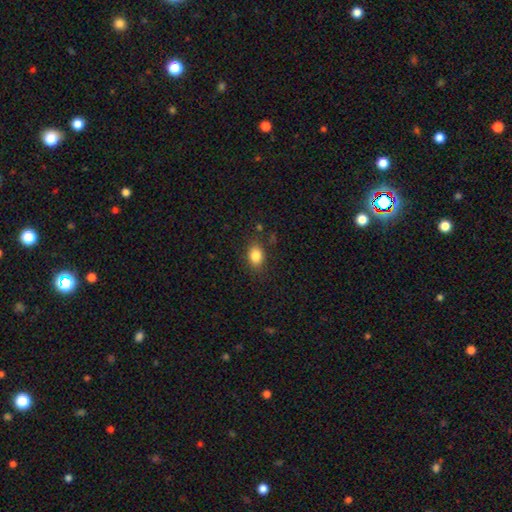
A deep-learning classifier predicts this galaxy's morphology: smooth-or-featured: smooth: 84% | star or artifact: 10% | featured or disk: 6%
  how-rounded: in between: 70% | round: 29% | cigar-shaped: 1%
  merging: none: 82% | minor disturbance: 12% | major disturbance: 4% | merger: 2%